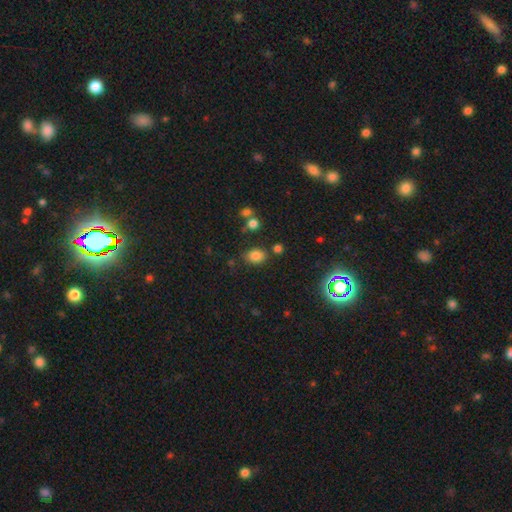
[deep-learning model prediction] A smooth galaxy with no disk features (79%) that is in between round and cigar-shaped (69%). Merging: none (75%).